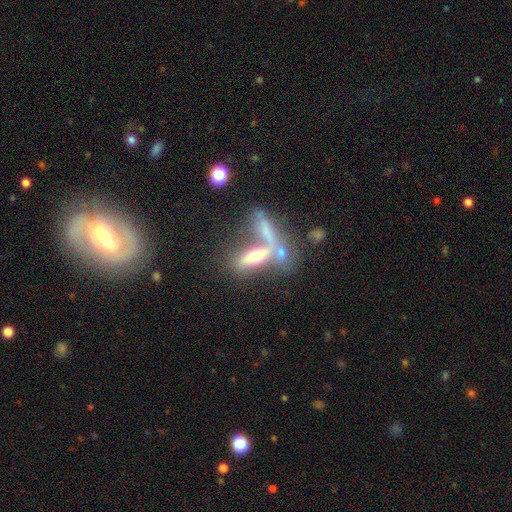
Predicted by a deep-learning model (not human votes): Morphology: type=smooth (46%); merging=merger (51%).